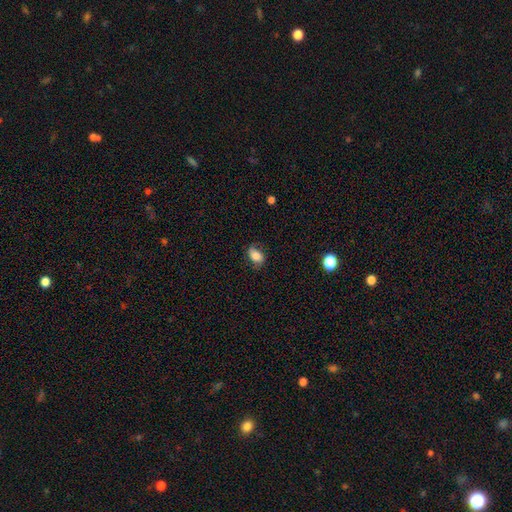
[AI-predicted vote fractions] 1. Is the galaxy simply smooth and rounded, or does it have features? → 75% smooth, 16% featured or disk, 9% star or artifact.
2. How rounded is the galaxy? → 83% in between, 15% round, 2% cigar-shaped.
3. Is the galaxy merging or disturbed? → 70% none, 22% minor disturbance, 7% major disturbance, 1% merger.